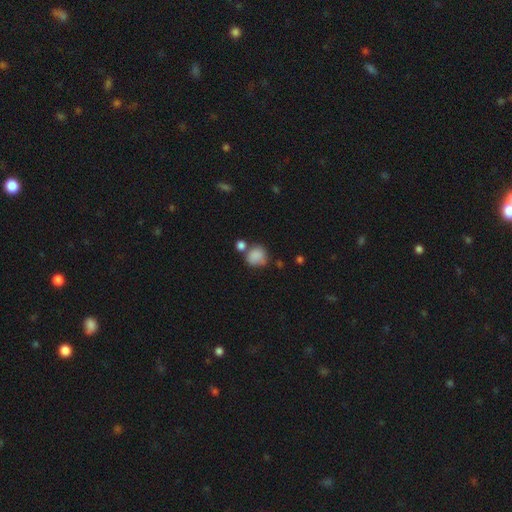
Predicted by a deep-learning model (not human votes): Overall: smooth (84%). How rounded: round (76%). Merging: none (50%; merger 23%).